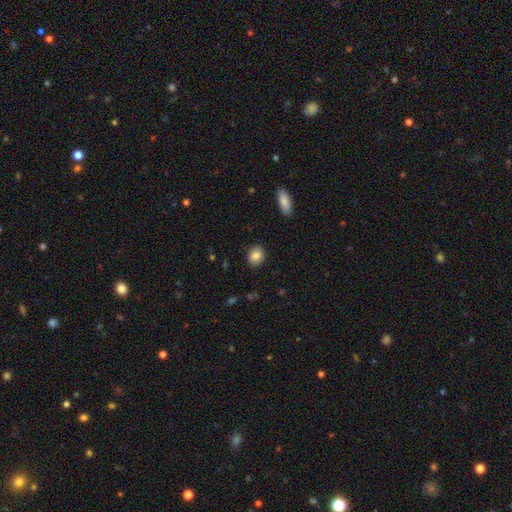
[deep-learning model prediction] smooth_or_featured: smooth (p=0.85) [alt: star or artifact p=0.08]
how_rounded: round (p=0.58) [alt: in between p=0.41]
merging: none (p=0.87) [alt: minor disturbance p=0.09]